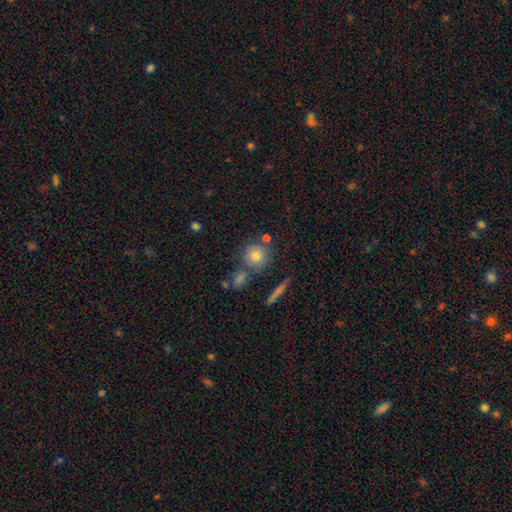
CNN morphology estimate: This appears to be a smooth galaxy with no disk features (74%) that is round (89%). Merging: none (68%).